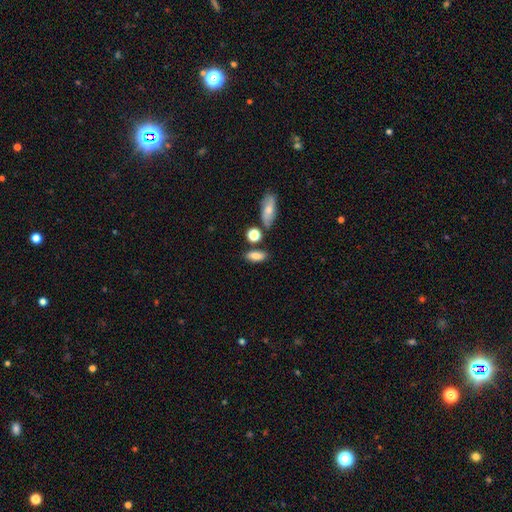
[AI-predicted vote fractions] A smooth galaxy with no disk features (82%) that is in between round and cigar-shaped (78%). Merging: none (74%).